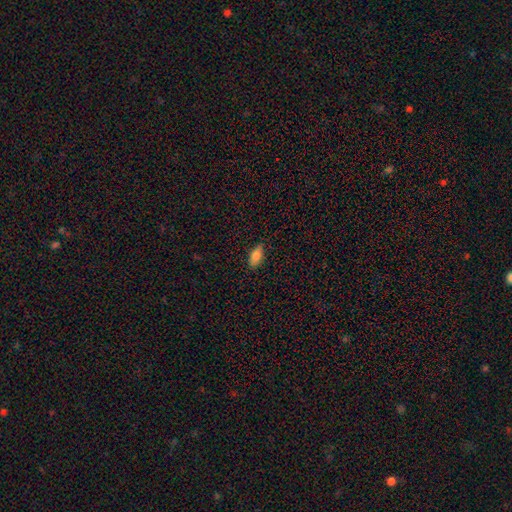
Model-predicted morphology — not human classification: smooth_or_featured: smooth (p=0.82) [alt: featured or disk p=0.10]
how_rounded: in between (p=0.85) [alt: cigar-shaped p=0.12]
merging: none (p=0.81) [alt: minor disturbance p=0.15]